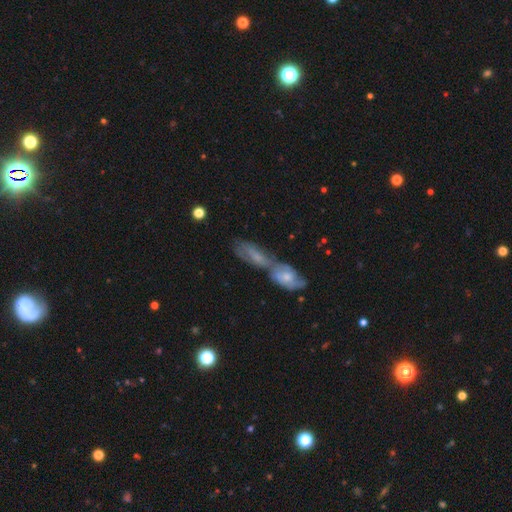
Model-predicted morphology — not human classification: This appears to be a smooth galaxy with no disk features (47%). Merging: merger (70%).